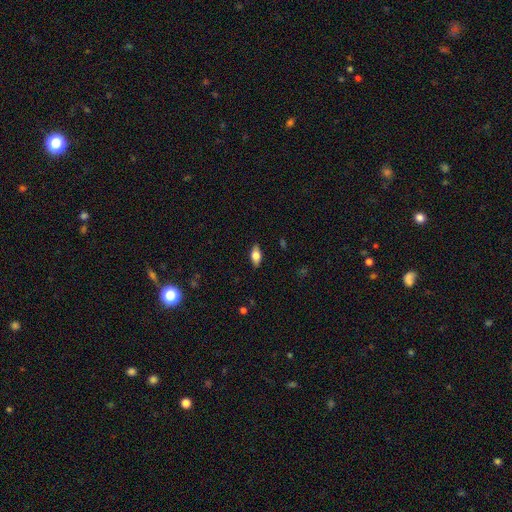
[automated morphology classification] Q: Smooth or featured?
A: smooth (69%); runner-up: featured or disk (24%)
Q: How rounded?
A: in between (85%); runner-up: cigar-shaped (10%)
Q: Merging?
A: none (86%); runner-up: minor disturbance (11%)